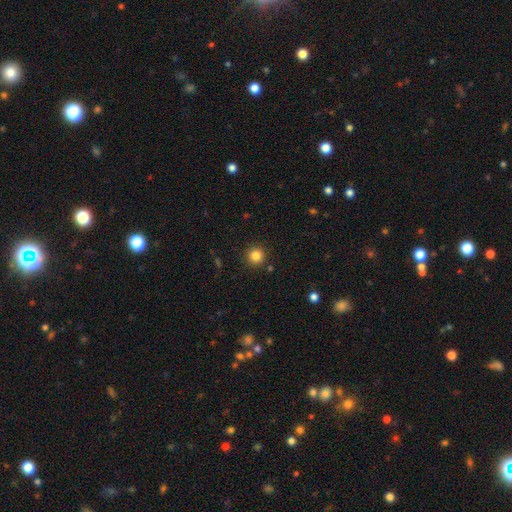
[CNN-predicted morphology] A smooth galaxy with no disk features (84%) that is round (95%). Merging: none (90%).